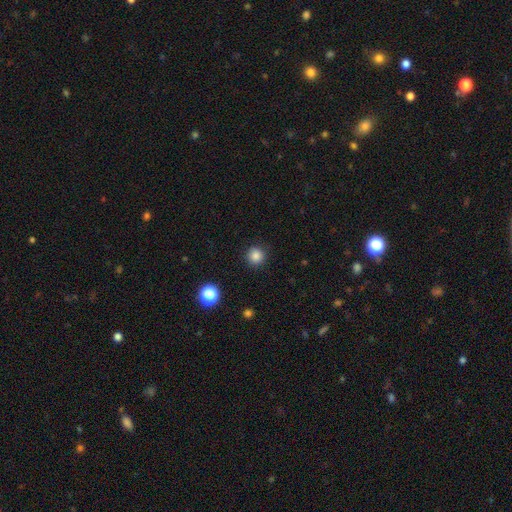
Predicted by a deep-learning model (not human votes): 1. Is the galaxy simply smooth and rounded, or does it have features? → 84% smooth, 12% star or artifact, 4% featured or disk.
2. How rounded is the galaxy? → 94% round, 5% in between, 1% cigar-shaped.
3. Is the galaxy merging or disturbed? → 90% none, 7% minor disturbance, 2% major disturbance, 1% merger.